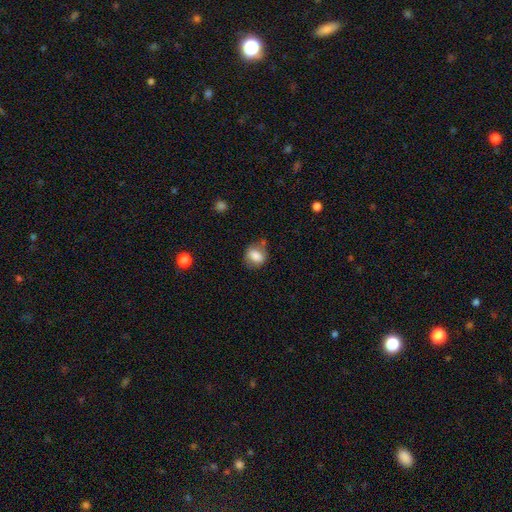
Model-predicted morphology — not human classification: Smooth or featured: smooth — 80% (featured or disk — 11%)
How rounded: in between — 53% (round — 45%)
Merging: none — 66% (minor disturbance — 22%)